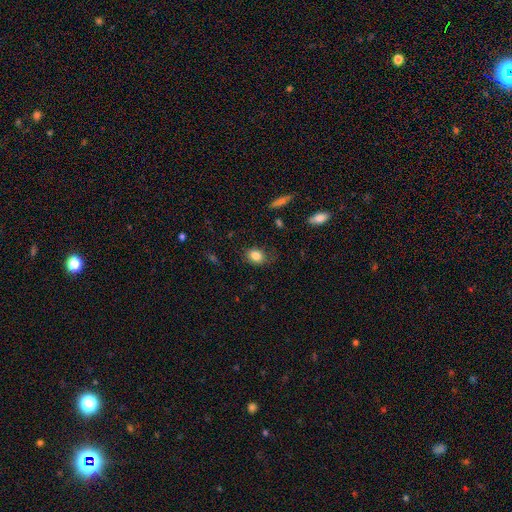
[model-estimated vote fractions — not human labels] Overall: smooth (83%). How rounded: in between (59%; round 40%). Merging: none (73%).